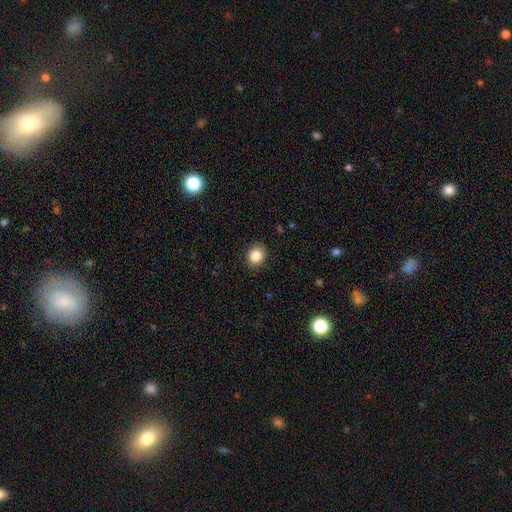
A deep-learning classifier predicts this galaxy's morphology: Smooth or featured: smooth — 86% (star or artifact — 9%)
How rounded: round — 60% (in between — 39%)
Merging: none — 88% (minor disturbance — 9%)